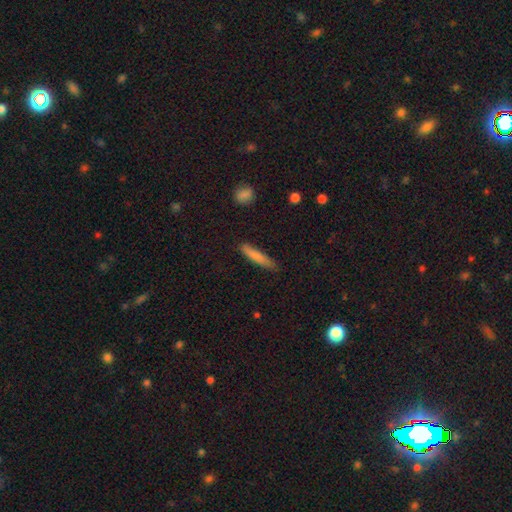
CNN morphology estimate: Smooth or featured: smooth — 81% (featured or disk — 13%)
How rounded: cigar-shaped — 89% (in between — 9%)
Merging: none — 78% (minor disturbance — 18%)